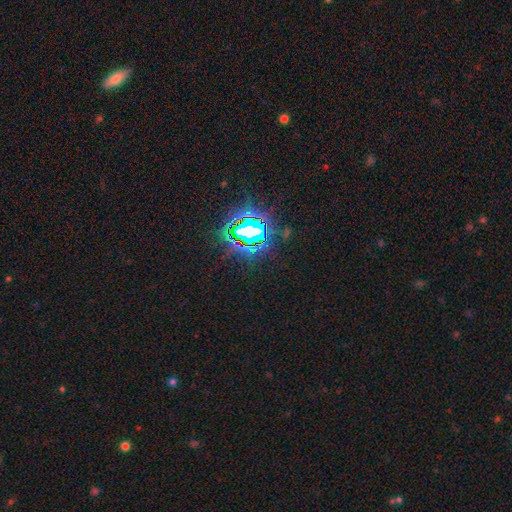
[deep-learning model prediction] star or artifact 83%, smooth 10%, featured or disk 7%.